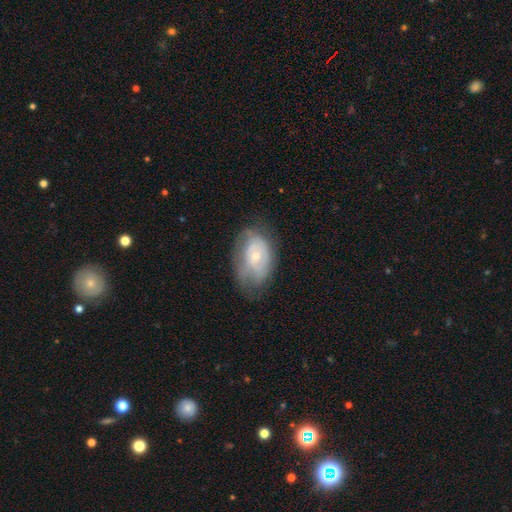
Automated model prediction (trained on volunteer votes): featured or disk 56%, smooth 37%, star or artifact 7%. Down the decision tree: edge-on disk — no (95%); bar — no (77%); spiral arms — yes (62%); bulge size — small (56%); merging — none (53%).